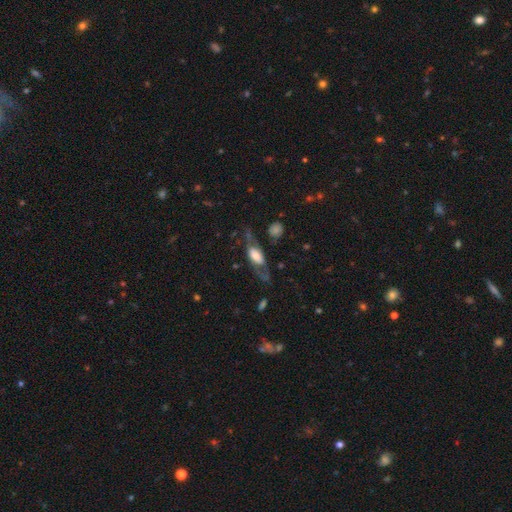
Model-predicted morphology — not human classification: Q: Smooth or featured?
A: featured or disk (56%); runner-up: smooth (38%)
Q: Edge-on disk?
A: no (64%); runner-up: yes (36%)
Q: Merging?
A: none (54%); runner-up: major disturbance (24%)